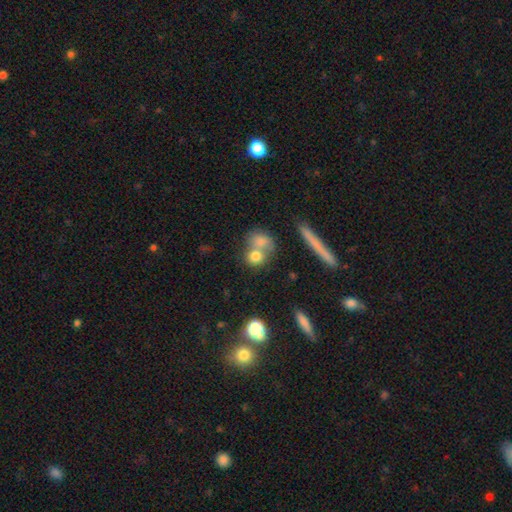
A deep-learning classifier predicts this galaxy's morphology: This is likely a smooth galaxy (75%). How rounded: likely round (70%). Merging: marginally merger (45%).